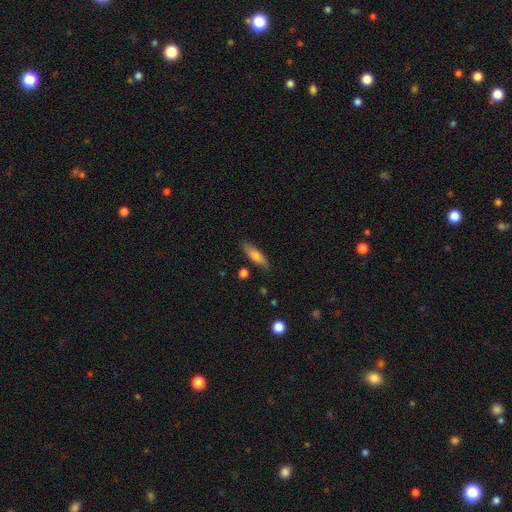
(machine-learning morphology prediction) A smooth galaxy with no disk features (71%) that is cigar-shaped (57%).

Vote fractions:
- Smooth or featured? smooth: 71% / featured or disk: 23% / star or artifact: 7%
- How rounded? cigar-shaped: 57% / in between: 41% / round: 2%
- Merging? none: 83% / minor disturbance: 12% / merger: 2% / major disturbance: 2%